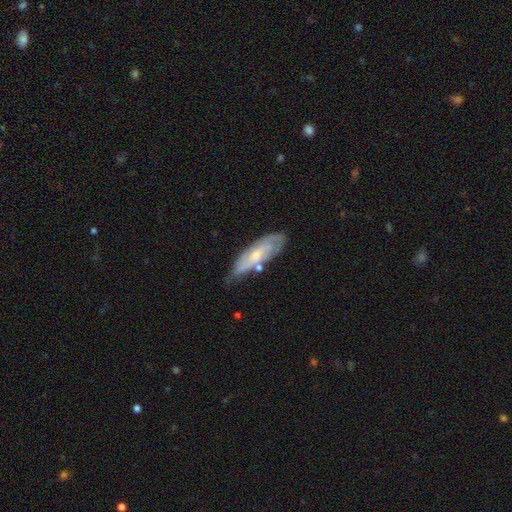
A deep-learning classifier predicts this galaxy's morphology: The model was most divided on "smooth or featured": featured or disk: 55%, smooth: 39%, star or artifact: 6%. More confident: edge-on disk — no (76%); merging — none (57%).